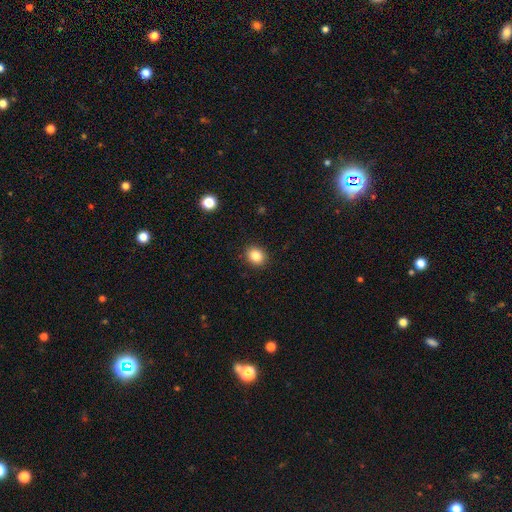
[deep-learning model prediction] smooth_or_featured: smooth (p=0.85) [alt: star or artifact p=0.10]
how_rounded: round (p=0.62) [alt: in between p=0.37]
merging: none (p=0.90) [alt: minor disturbance p=0.07]